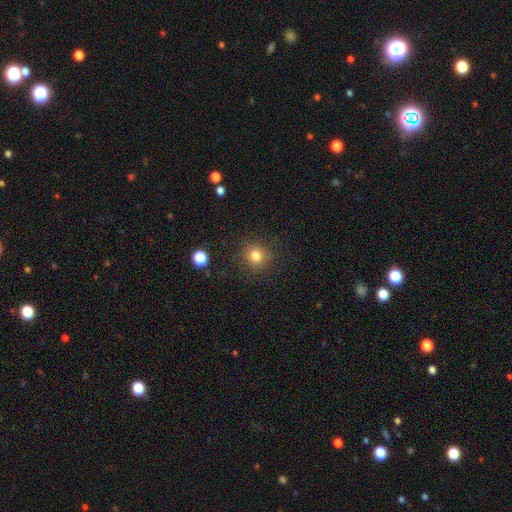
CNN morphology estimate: Smooth or featured? smooth (80%)
How rounded? round (91%)
Merging? none (88%)